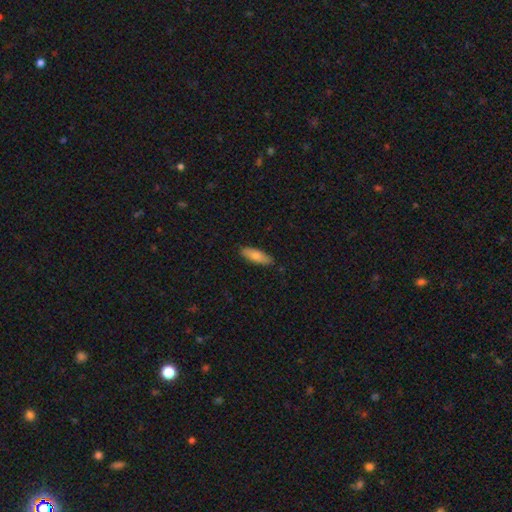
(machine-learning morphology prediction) Smooth or featured? Predicted: smooth (p=0.80). How rounded? Predicted: in between (p=0.56). Merging? Predicted: none (p=0.87).